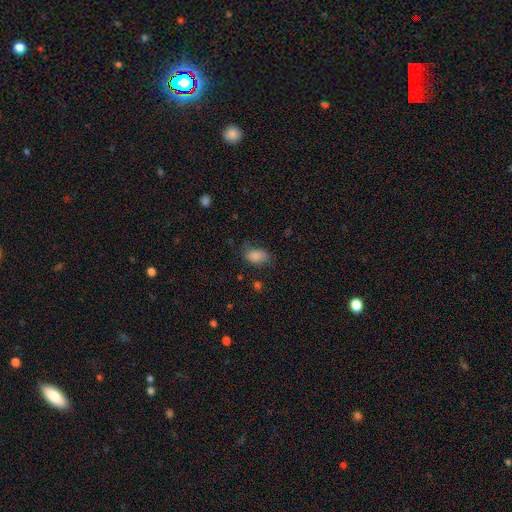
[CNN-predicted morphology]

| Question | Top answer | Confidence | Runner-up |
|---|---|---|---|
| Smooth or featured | smooth | 84% | star or artifact (9%) |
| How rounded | in between | 89% | round (9%) |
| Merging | none | 58% | minor disturbance (29%) |